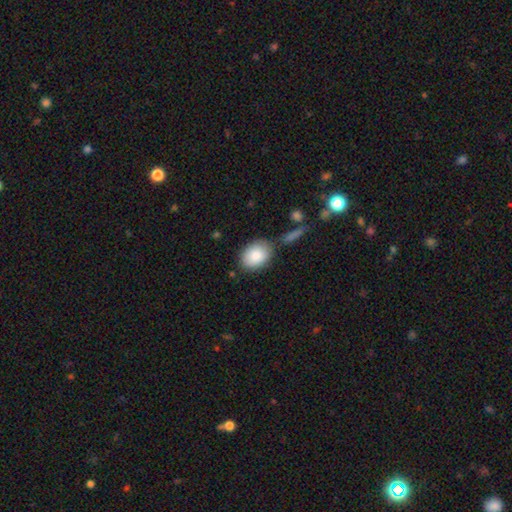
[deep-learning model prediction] Smooth or featured: smooth — 85% (featured or disk — 8%)
How rounded: in between — 78% (round — 21%)
Merging: none — 75% (minor disturbance — 15%)